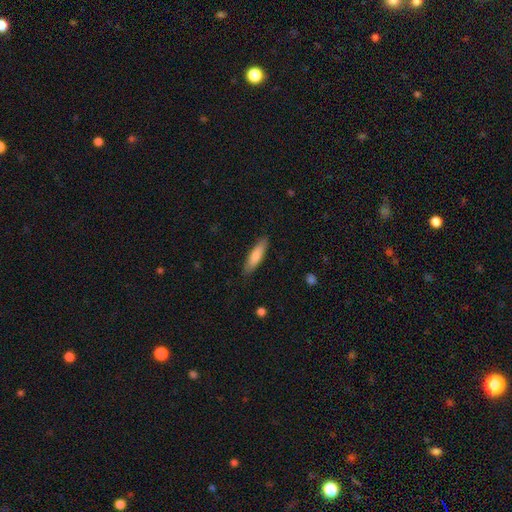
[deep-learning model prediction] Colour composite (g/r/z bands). It shows a smooth galaxy with no disk features (79%) that is cigar-shaped (69%). Merging: none (87%).